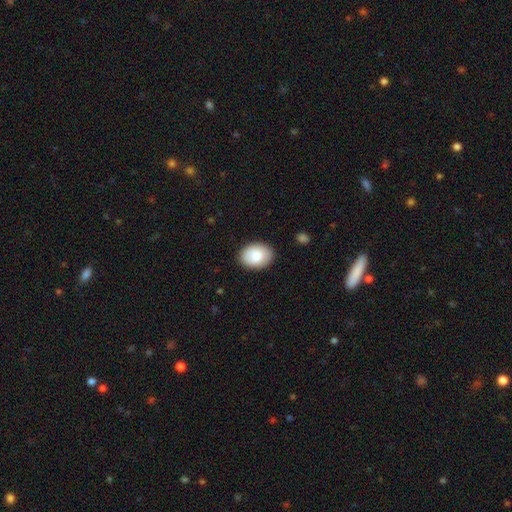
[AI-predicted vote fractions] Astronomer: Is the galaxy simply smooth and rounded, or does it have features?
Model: smooth — 84%.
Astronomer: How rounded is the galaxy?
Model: in between — 77%.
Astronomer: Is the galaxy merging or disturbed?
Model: none — 87%.